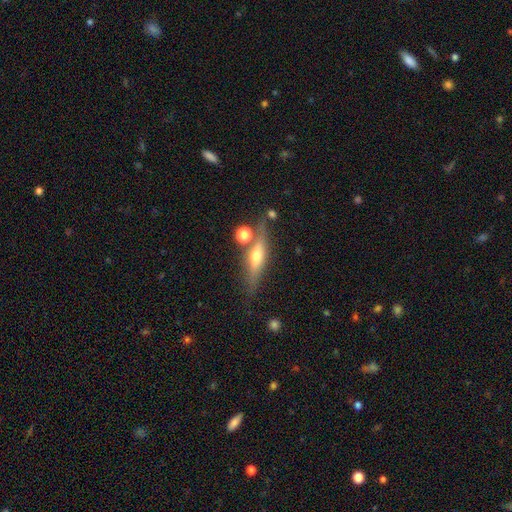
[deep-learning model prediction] Smooth or featured?
  - featured or disk: 60% *
  - smooth: 32%
  - star or artifact: 8%
Edge-on disk?
  - yes: 90% *
  - no: 10%
Edge-on bulge?
  - rounded: 89% *
  - none: 6%
  - boxy: 5%
Merging?
  - none: 73% *
  - minor disturbance: 14%
  - merger: 9%
  - major disturbance: 4%